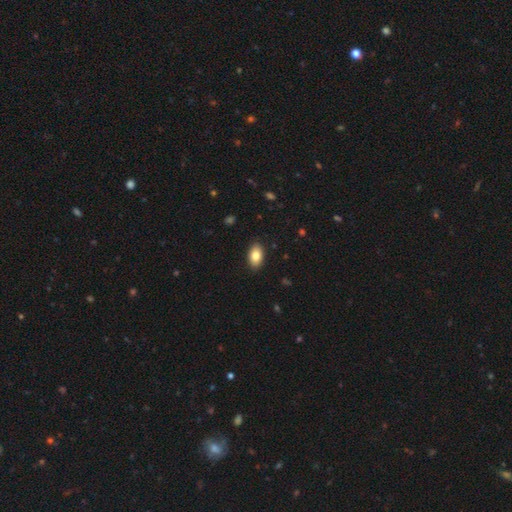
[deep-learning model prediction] smooth_or_featured: smooth (p=0.83) [alt: featured or disk p=0.10]
how_rounded: in between (p=0.92) [alt: round p=0.06]
merging: none (p=0.89) [alt: minor disturbance p=0.08]